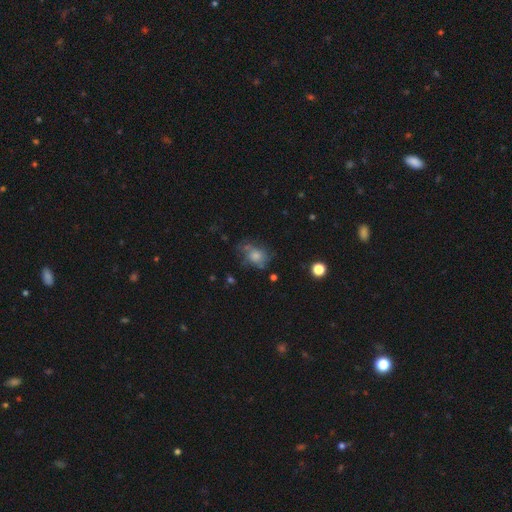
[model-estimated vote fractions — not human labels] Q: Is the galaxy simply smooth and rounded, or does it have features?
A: smooth — 63%.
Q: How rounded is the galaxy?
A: in between — 57%.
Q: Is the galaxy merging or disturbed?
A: none — 45%.